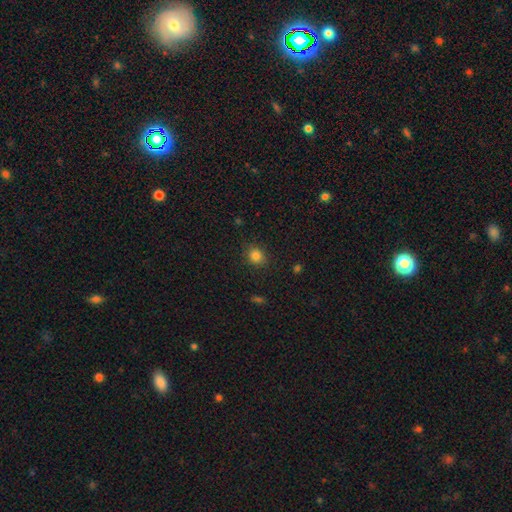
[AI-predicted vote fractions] A smooth galaxy with no disk features (83%) that is round (69%).

Vote fractions:
- Smooth or featured? smooth: 83% / star or artifact: 12% / featured or disk: 5%
- How rounded? round: 69% / in between: 30% / cigar-shaped: 1%
- Merging? none: 86% / minor disturbance: 10% / major disturbance: 3% / merger: 1%